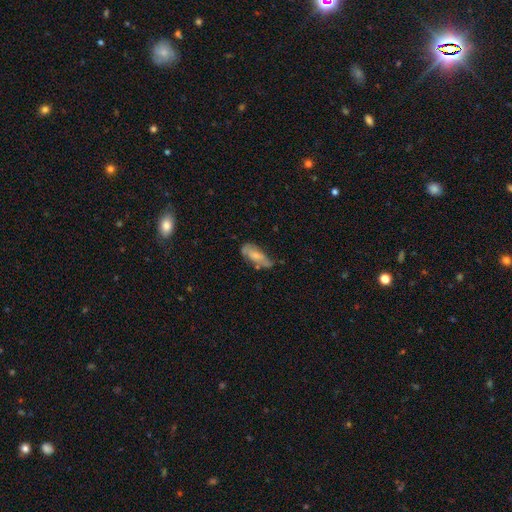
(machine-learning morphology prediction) Overall: smooth (57%; featured or disk 36%). How rounded: in between (73%). Merging: none (45%; minor disturbance 35%).